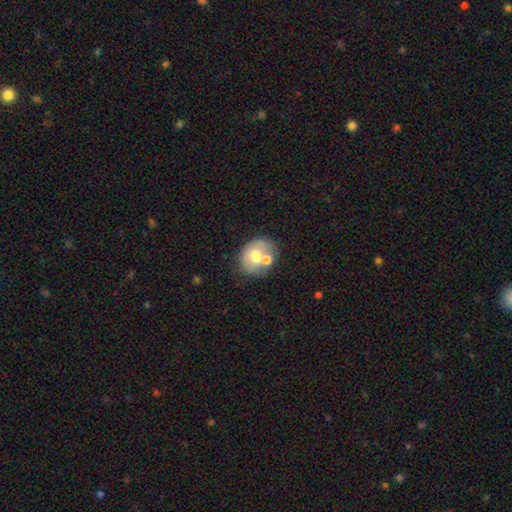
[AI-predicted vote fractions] This is possibly a smooth galaxy (60%). How rounded: possibly round (57%). Merging: marginally none (44%).